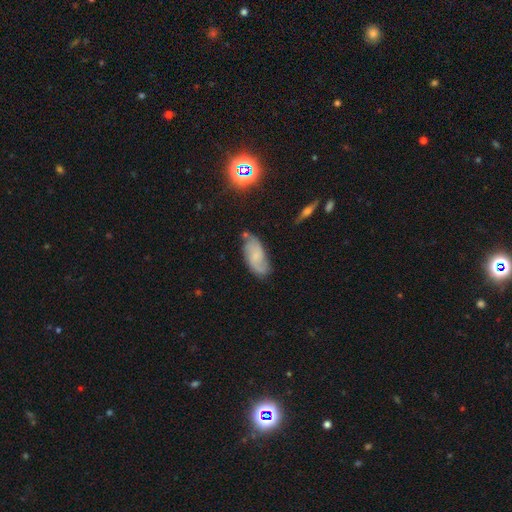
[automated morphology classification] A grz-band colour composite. It shows a featured or disk galaxy (58%) with no bar (57%), spiral arms (91%) and a small central bulge (48%). Merging: none (69%).